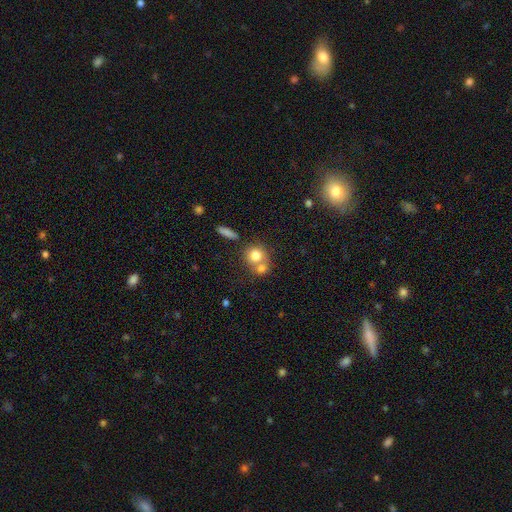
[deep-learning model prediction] This is likely a smooth galaxy (76%). How rounded: likely round (79%). Merging: possibly merger (50%).